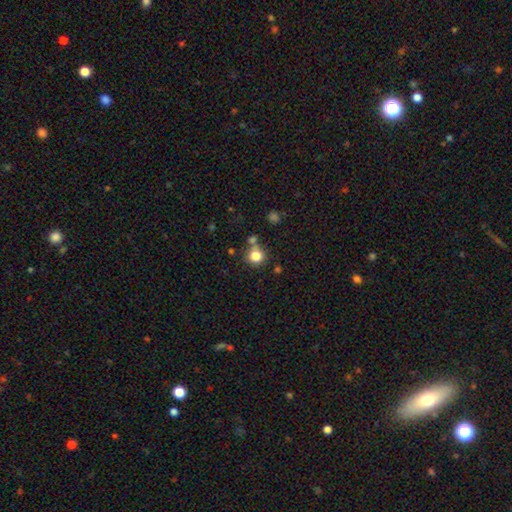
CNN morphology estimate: smooth 81%, star or artifact 12%, featured or disk 7%. Down the decision tree: how rounded — round (89%); merging — none (67%).